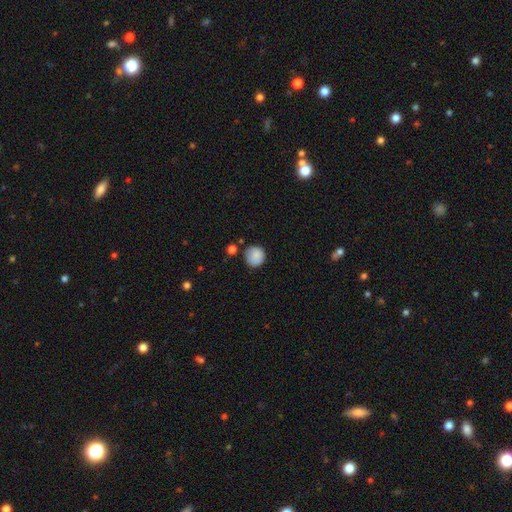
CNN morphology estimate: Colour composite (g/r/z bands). It shows a smooth galaxy with no disk features (88%) that is round (93%). Merging: none (79%).